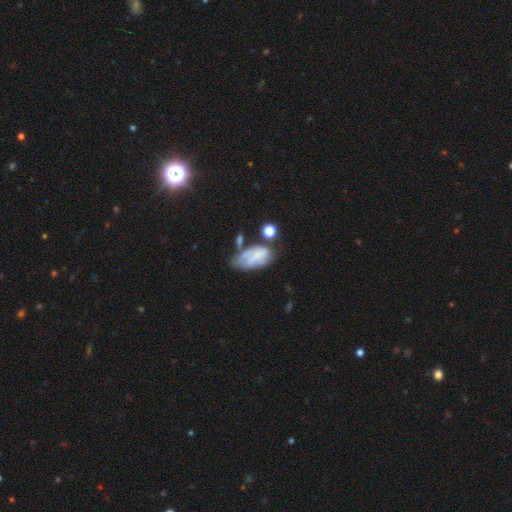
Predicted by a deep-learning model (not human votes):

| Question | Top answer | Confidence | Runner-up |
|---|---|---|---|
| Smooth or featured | smooth | 51% | featured or disk (39%) |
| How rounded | in between | 90% | round (5%) |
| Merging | none | 32% | minor disturbance (29%) |